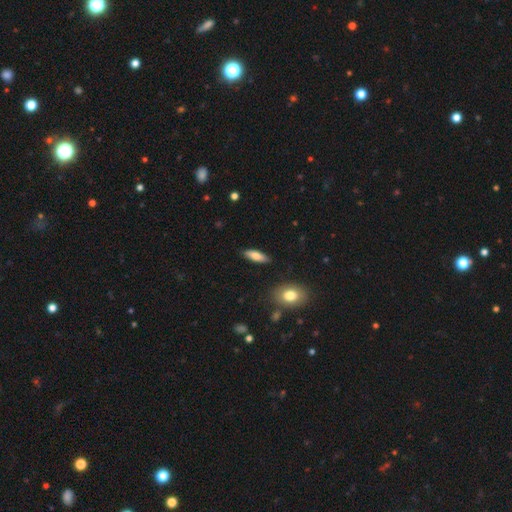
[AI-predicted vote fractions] This appears to be a smooth galaxy with no disk features (77%) that is in between round and cigar-shaped (58%). Merging: none (87%).